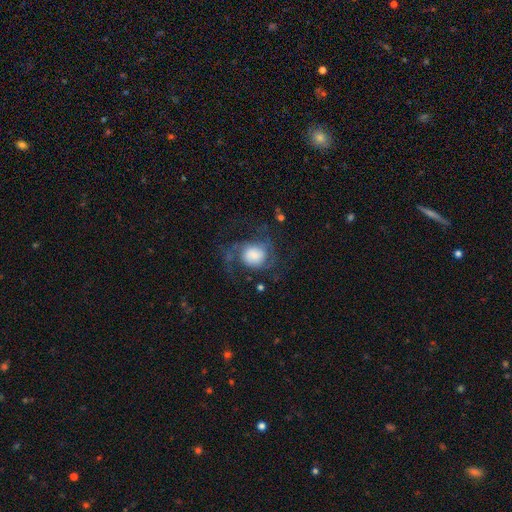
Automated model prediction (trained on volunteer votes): Smooth or featured?
  - featured or disk: 60% *
  - smooth: 31%
  - star or artifact: 9%
Edge-on disk?
  - no: 98% *
  - yes: 2%
Bar?
  - no: 68% *
  - weak: 27%
  - strong: 5%
Spiral arms?
  - yes: 87% *
  - no: 13%
Spiral winding?
  - medium: 43% *
  - loose: 40%
  - tight: 17%
Spiral arm count?
  - 2: 48% *
  - can't tell: 17%
  - 3: 16%
  - 1: 9%
  - 4: 5%
  - more than 4: 5%
Bulge size?
  - large: 38% *
  - moderate: 21%
  - small: 18%
  - dominant: 16%
  - none: 7%
Merging?
  - none: 44% *
  - major disturbance: 35%
  - minor disturbance: 19%
  - merger: 2%